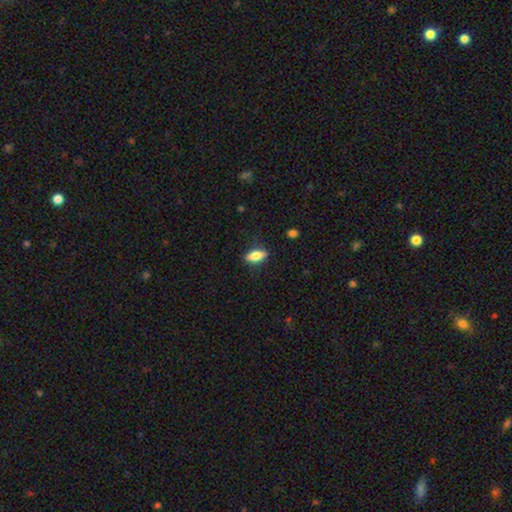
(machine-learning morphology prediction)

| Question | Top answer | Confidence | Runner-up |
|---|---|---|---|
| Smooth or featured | smooth | 70% | featured or disk (22%) |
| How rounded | in between | 79% | cigar-shaped (17%) |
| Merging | none | 83% | minor disturbance (13%) |